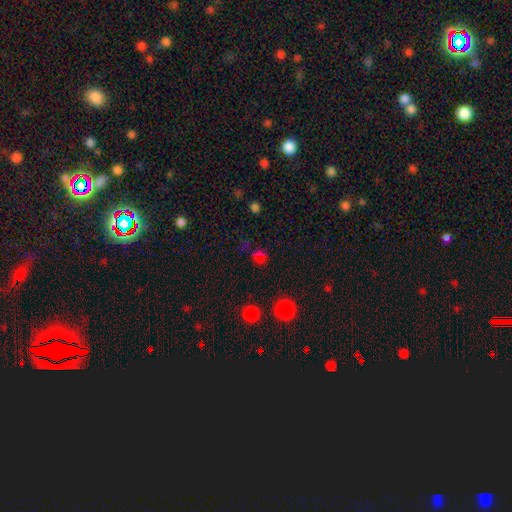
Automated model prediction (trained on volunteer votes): Smooth or featured? Predicted: smooth (p=0.54). How rounded? Predicted: round (p=0.80). Merging? Predicted: none (p=0.74).